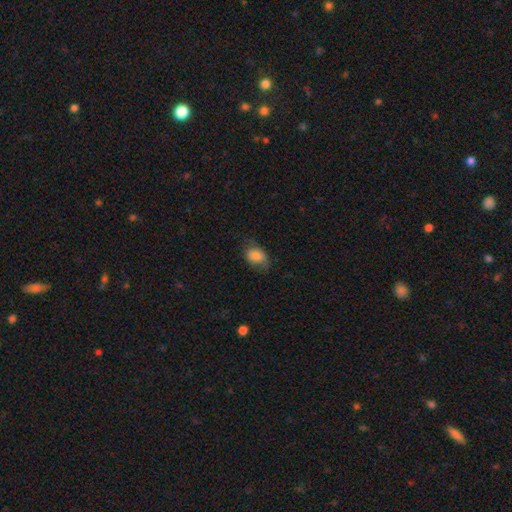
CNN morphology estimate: Smooth or featured?
  - smooth: 80% *
  - featured or disk: 12%
  - star or artifact: 8%
How rounded?
  - in between: 77% *
  - round: 21%
  - cigar-shaped: 1%
Merging?
  - none: 61% *
  - minor disturbance: 27%
  - major disturbance: 11%
  - merger: 1%